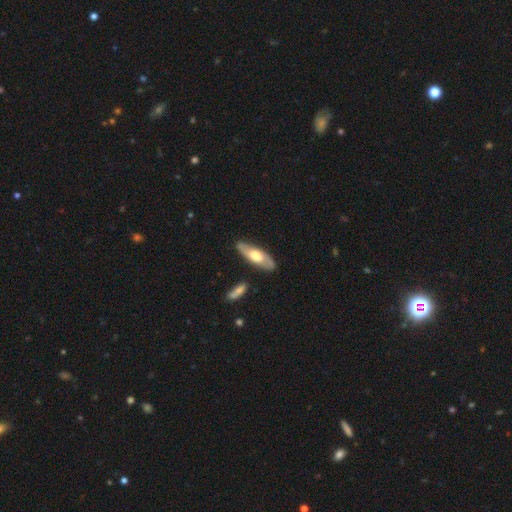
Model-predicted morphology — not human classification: A featured or disk galaxy (50%). Merging: none (79%).